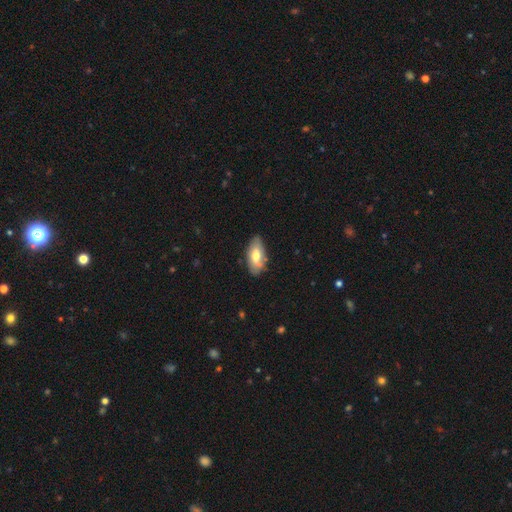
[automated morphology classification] Q: Smooth or featured?
A: smooth (65%); runner-up: featured or disk (29%)
Q: How rounded?
A: in between (90%); runner-up: cigar-shaped (7%)
Q: Merging?
A: none (72%); runner-up: minor disturbance (21%)